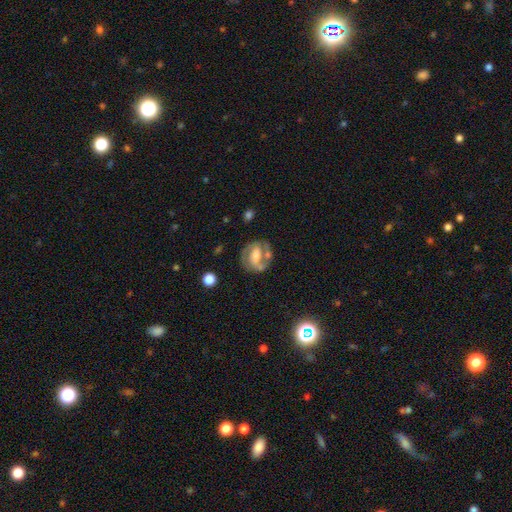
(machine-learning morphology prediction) This is likely a featured or disk galaxy (75%). It is clearly not viewed edge-on (97%). Bar: marginally weak (38%). Spiral arm pattern: clearly yes (84%). Spiral arm count: likely 2 (78%). Spiral winding: possibly medium (46%). Central bulge: possibly moderate (46%). Merging: possibly none (60%).